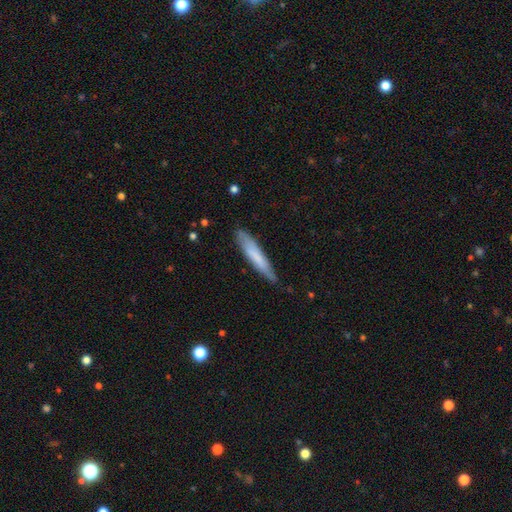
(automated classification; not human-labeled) Smooth or featured?
  - smooth: 68% *
  - featured or disk: 26%
  - star or artifact: 6%
How rounded?
  - cigar-shaped: 91% *
  - in between: 8%
  - round: 1%
Merging?
  - none: 78% *
  - minor disturbance: 18%
  - major disturbance: 3%
  - merger: 2%